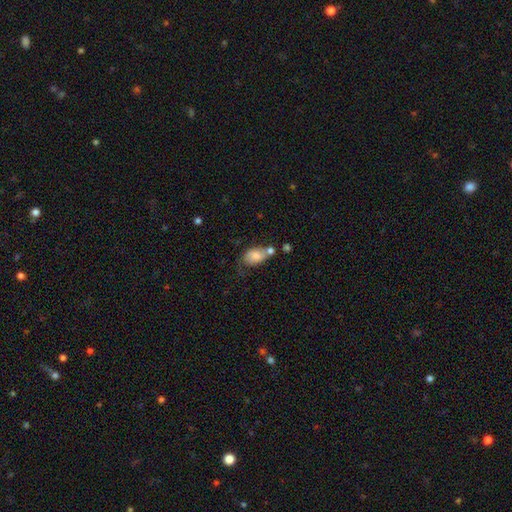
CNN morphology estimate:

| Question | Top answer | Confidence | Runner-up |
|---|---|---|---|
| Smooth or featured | smooth | 70% | featured or disk (22%) |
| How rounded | in between | 85% | round (13%) |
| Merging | none | 33% | merger (26%) |